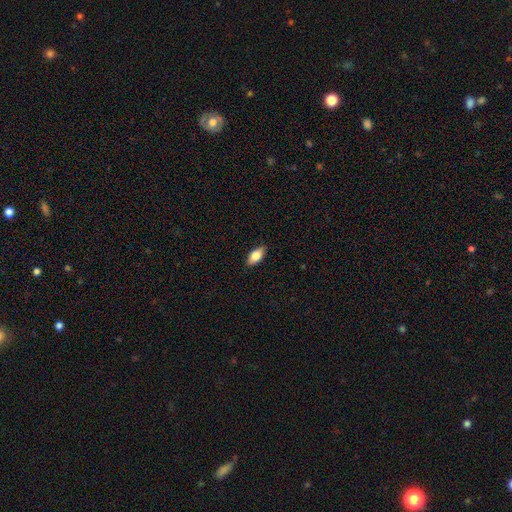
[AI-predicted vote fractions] smooth-or-featured: smooth: 79% | featured or disk: 14% | star or artifact: 7%
  how-rounded: in between: 88% | cigar-shaped: 8% | round: 3%
  merging: none: 88% | minor disturbance: 9% | major disturbance: 2% | merger: 1%